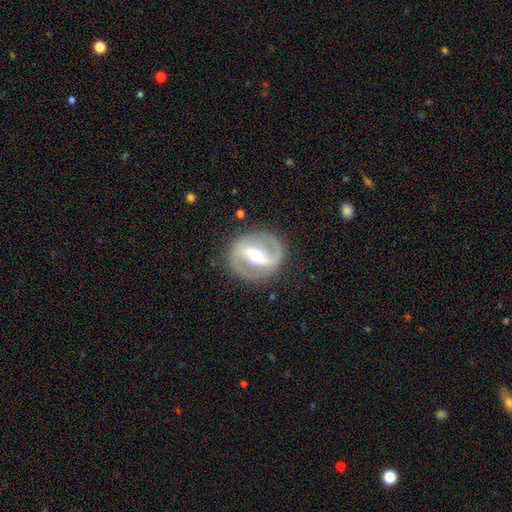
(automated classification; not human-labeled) smooth_or_featured: featured or disk (p=0.86) [alt: smooth p=0.09]
disk_edge_on: no (p=0.96) [alt: yes p=0.04]
bar: strong (p=0.57) [alt: weak p=0.31]
has_spiral_arms: yes (p=0.88) [alt: no p=0.12]
spiral_winding: medium (p=0.50) [alt: tight p=0.27]
spiral_arm_count: 2 (p=0.90) [alt: can't tell p=0.04]
bulge_size: moderate (p=0.68) [alt: small p=0.25]
merging: none (p=0.85) [alt: minor disturbance p=0.10]